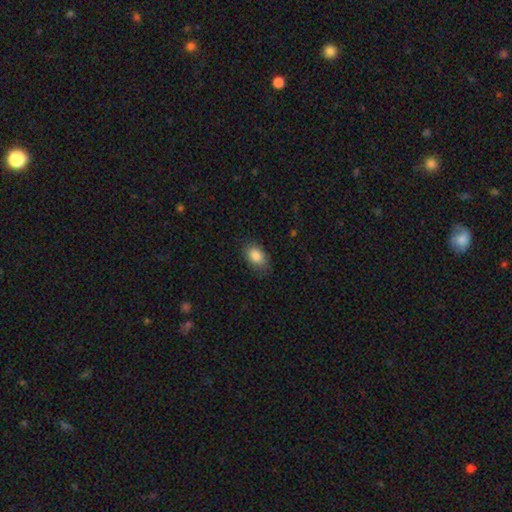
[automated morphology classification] Q: Smooth or featured?
A: smooth (87%); runner-up: star or artifact (8%)
Q: How rounded?
A: in between (87%); runner-up: round (12%)
Q: Merging?
A: none (81%); runner-up: minor disturbance (14%)